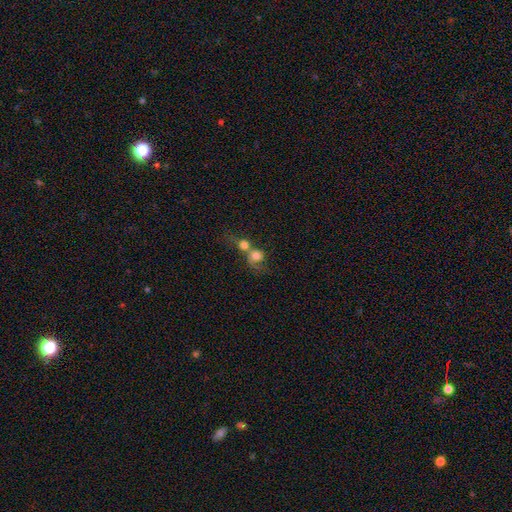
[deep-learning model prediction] smooth-or-featured: smooth: 69% | featured or disk: 21% | star or artifact: 10%
  how-rounded: round: 80% | in between: 19% | cigar-shaped: 1%
  merging: merger: 69% | none: 17% | major disturbance: 8% | minor disturbance: 6%